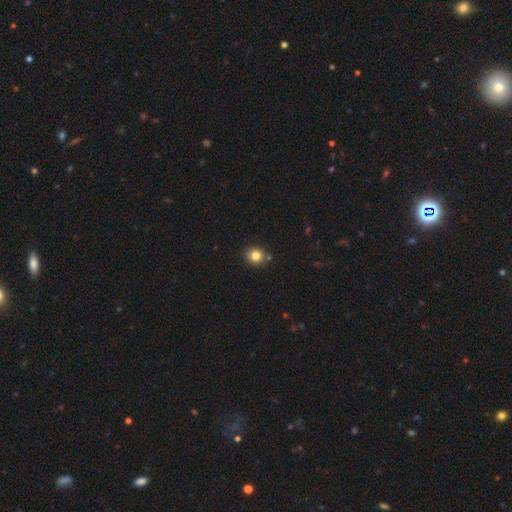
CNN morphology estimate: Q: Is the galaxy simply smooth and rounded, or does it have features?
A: smooth — 82%.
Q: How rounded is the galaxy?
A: round — 86%.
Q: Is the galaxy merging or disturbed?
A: none — 84%.